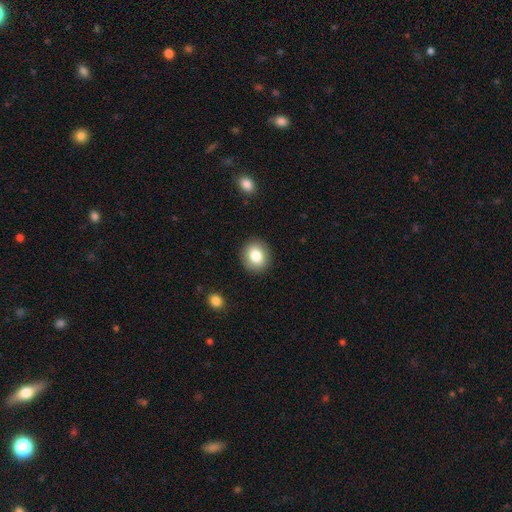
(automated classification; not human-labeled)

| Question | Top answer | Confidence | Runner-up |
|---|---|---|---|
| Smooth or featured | smooth | 82% | star or artifact (9%) |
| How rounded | round | 76% | in between (23%) |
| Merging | none | 90% | minor disturbance (7%) |